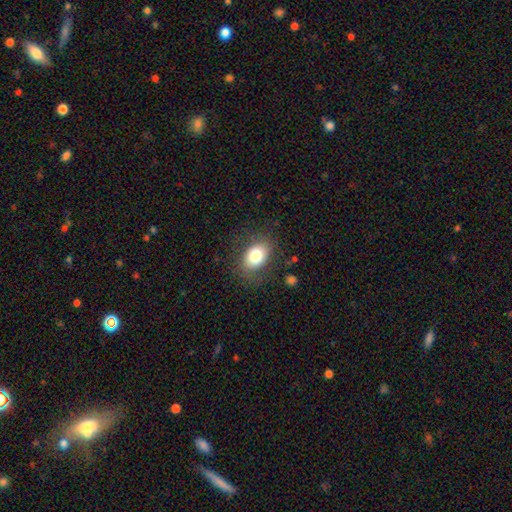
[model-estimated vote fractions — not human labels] Smooth or featured? Predicted: smooth (p=0.78). How rounded? Predicted: in between (p=0.77). Merging? Predicted: none (p=0.76).